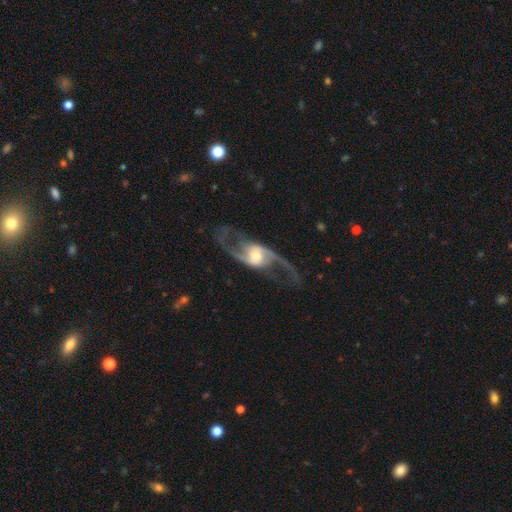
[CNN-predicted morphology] Q: Smooth or featured?
A: featured or disk (88%); runner-up: smooth (7%)
Q: Edge-on disk?
A: no (94%); runner-up: yes (6%)
Q: Bar?
A: no (48%); runner-up: weak (34%)
Q: Spiral arms?
A: yes (95%); runner-up: no (5%)
Q: Spiral winding?
A: loose (67%); runner-up: medium (28%)
Q: Spiral arm count?
A: 2 (93%); runner-up: can't tell (2%)
Q: Bulge size?
A: moderate (58%); runner-up: small (23%)
Q: Merging?
A: none (68%); runner-up: major disturbance (17%)